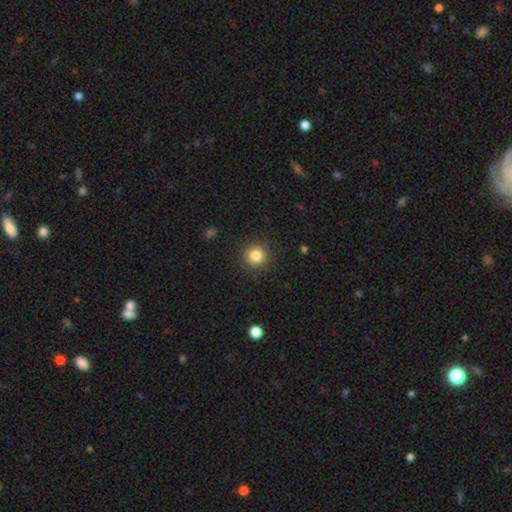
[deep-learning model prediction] Overall: smooth (84%). How rounded: round (94%). Merging: none (90%).